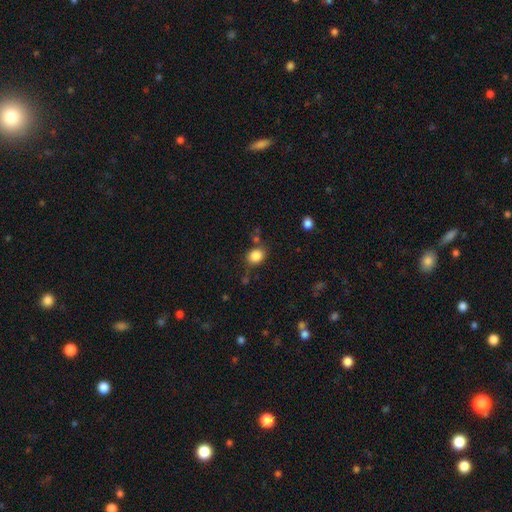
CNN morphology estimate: type=smooth (85%); roundness=round (51%); merging=none (73%).